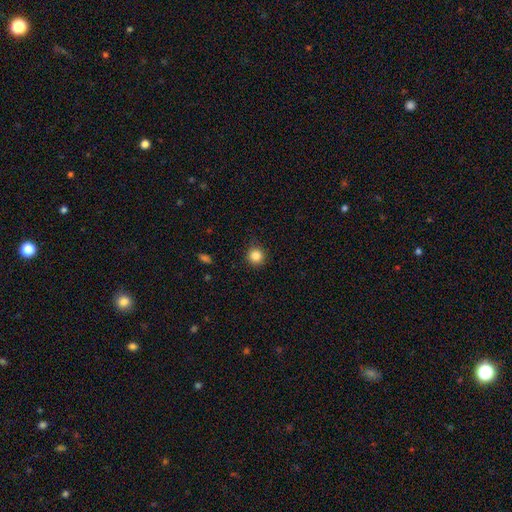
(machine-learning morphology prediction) The model was most divided on "smooth or featured": smooth: 84%, star or artifact: 11%, featured or disk: 4%. More confident: how rounded — round (94%); merging — none (88%).